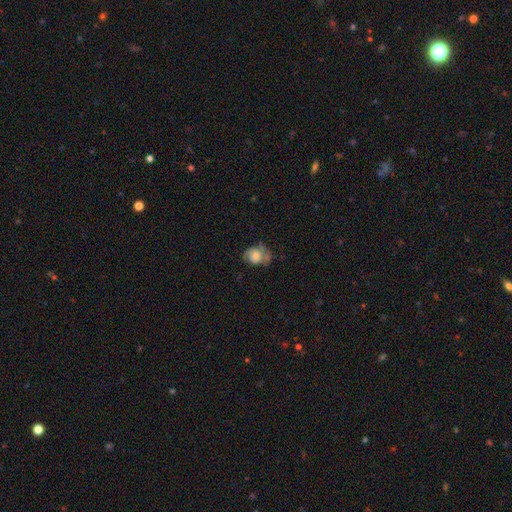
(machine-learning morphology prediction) The model was most divided on "how rounded": in between: 52%, round: 47%, cigar-shaped: 1%. Remaining: smooth or featured — smooth (53%); merging — none (40%).